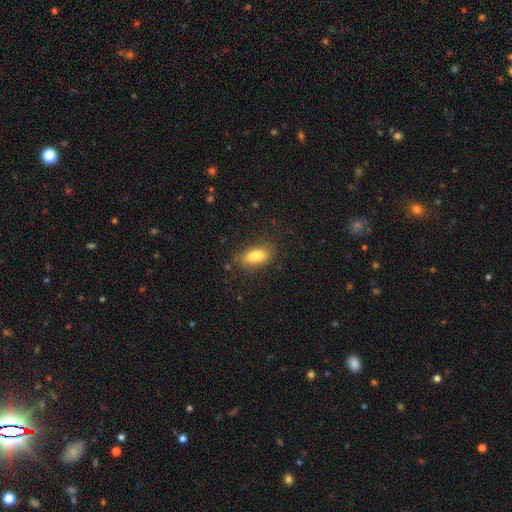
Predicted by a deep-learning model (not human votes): This appears to be a smooth galaxy with no disk features (82%) that is in between round and cigar-shaped (85%). Merging: none (79%).